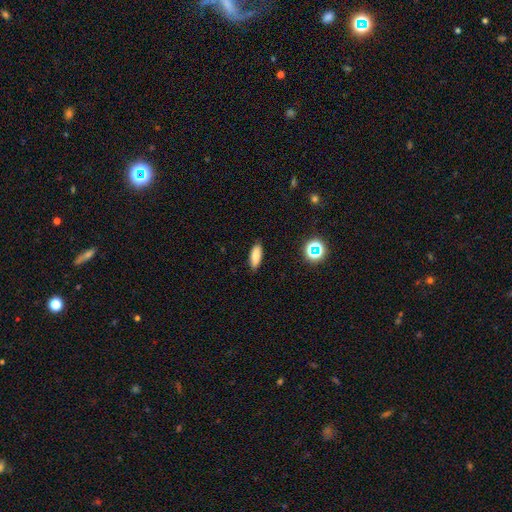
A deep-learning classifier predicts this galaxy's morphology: smooth-or-featured: smooth: 81% | star or artifact: 10% | featured or disk: 9%
  how-rounded: in between: 59% | cigar-shaped: 38% | round: 2%
  merging: none: 87% | minor disturbance: 10% | major disturbance: 2% | merger: 1%